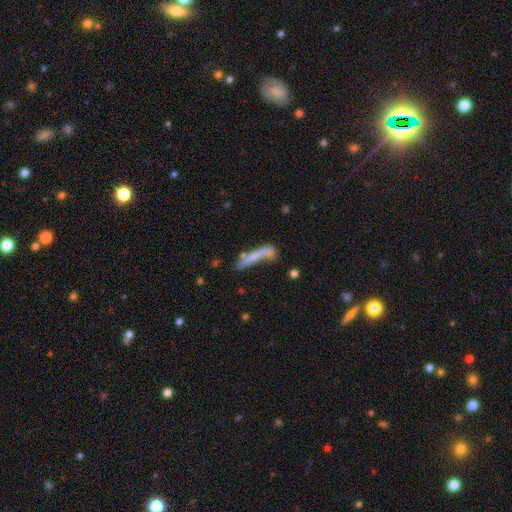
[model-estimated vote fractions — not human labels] smooth-or-featured: smooth: 55% | featured or disk: 35% | star or artifact: 10%
  how-rounded: cigar-shaped: 88% | in between: 10% | round: 2%
  merging: none: 39% | minor disturbance: 21% | merger: 20% | major disturbance: 20%